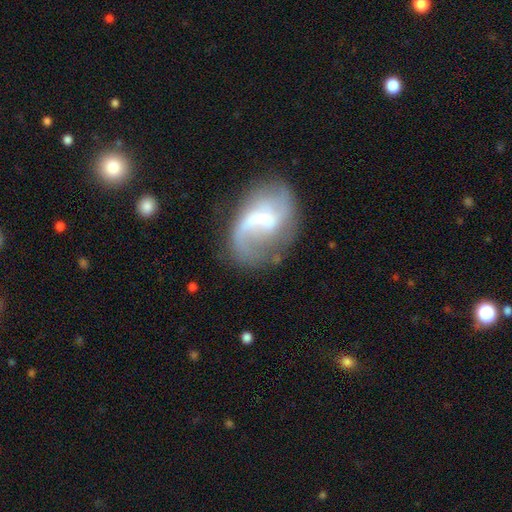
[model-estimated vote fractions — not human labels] The model was most divided on "bulge size": small: 37%, moderate: 35%, none: 18%, large: 9%, dominant: 2%. More confident: edge-on disk — no (97%); spiral arms — yes (89%); smooth or featured — featured or disk (75%); spiral winding — loose (61%); merging — none (58%); spiral arm count — 2 (53%); bar — weak (50%).